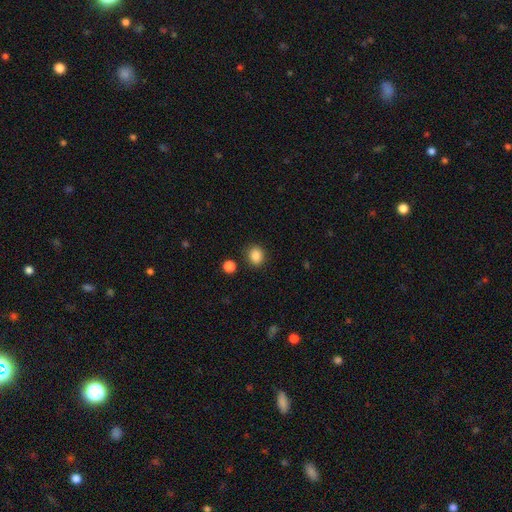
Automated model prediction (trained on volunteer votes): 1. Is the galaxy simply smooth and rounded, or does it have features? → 86% smooth, 10% star or artifact, 4% featured or disk.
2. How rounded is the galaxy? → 73% round, 26% in between, 1% cigar-shaped.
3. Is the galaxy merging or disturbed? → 86% none, 8% minor disturbance, 3% merger, 3% major disturbance.